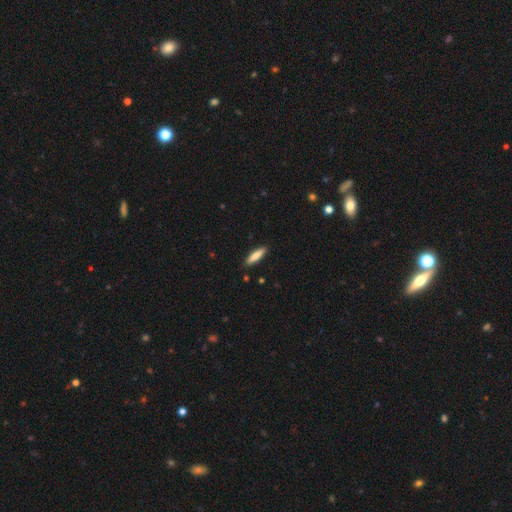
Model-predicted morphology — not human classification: Smooth or featured? smooth (80%)
How rounded? cigar-shaped (73%)
Merging? none (89%)